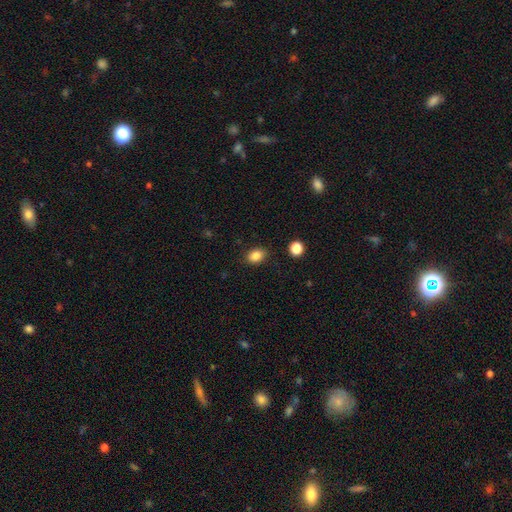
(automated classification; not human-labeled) Overall: smooth (86%). How rounded: in between (72%). Merging: none (85%).